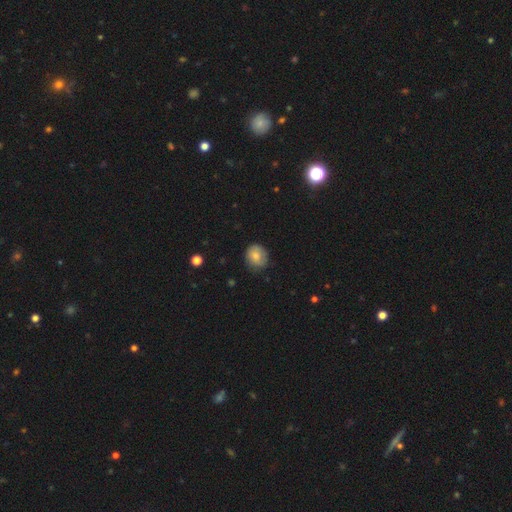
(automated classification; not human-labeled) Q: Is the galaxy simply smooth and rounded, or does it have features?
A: smooth — 74%.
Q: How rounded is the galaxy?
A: round — 73%.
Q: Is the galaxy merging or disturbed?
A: none — 70%.